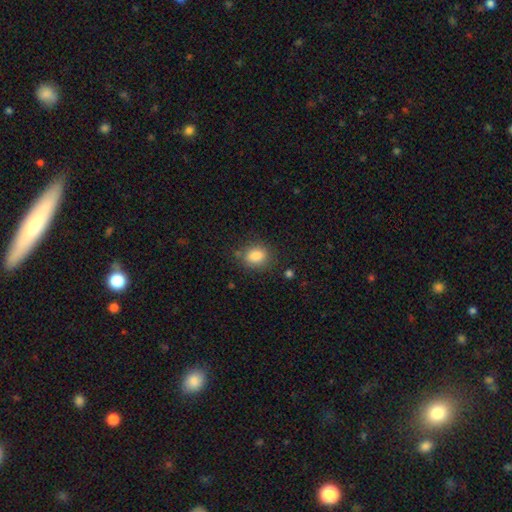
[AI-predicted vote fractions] The model was most divided on "how rounded": in between: 54%, round: 45%, cigar-shaped: 1%. More confident: smooth or featured — smooth (85%); merging — none (79%).